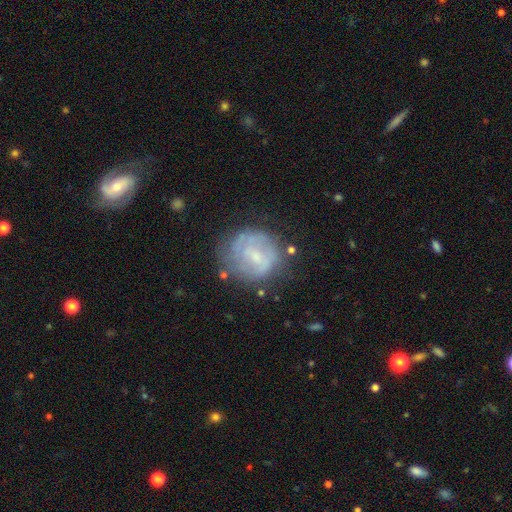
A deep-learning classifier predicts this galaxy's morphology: This appears to be a featured or disk galaxy (60%) with a weak bar (47%), spiral arms (65%) and a small central bulge (57%). Merging: none (64%).